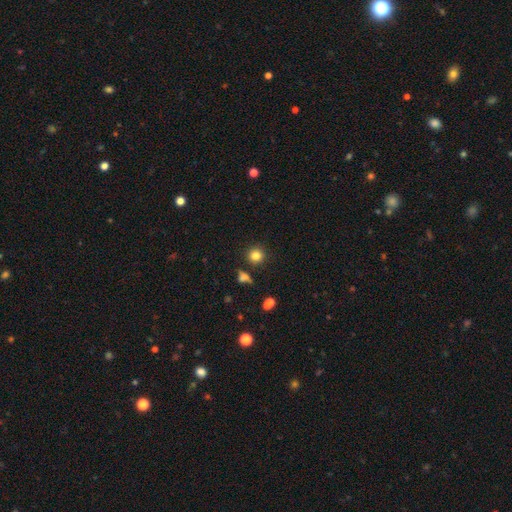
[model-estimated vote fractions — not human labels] A smooth galaxy with no disk features (82%) that is round (92%).

Vote fractions:
- Smooth or featured? smooth: 82% / star or artifact: 12% / featured or disk: 6%
- How rounded? round: 92% / in between: 7% / cigar-shaped: 1%
- Merging? none: 86% / minor disturbance: 7% / merger: 4% / major disturbance: 3%